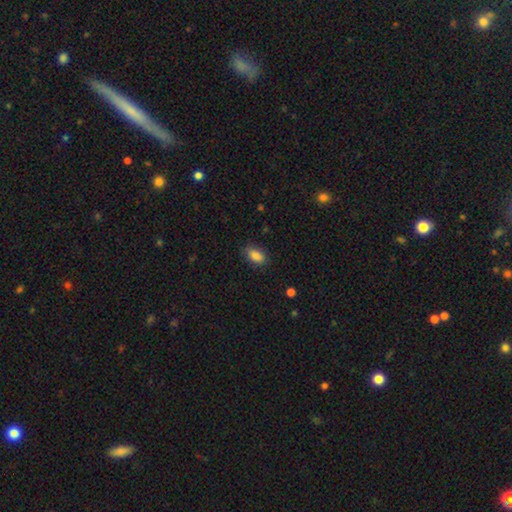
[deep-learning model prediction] A smooth galaxy with no disk features (88%) that is in between round and cigar-shaped (90%).

Vote fractions:
- Smooth or featured? smooth: 88% / star or artifact: 8% / featured or disk: 4%
- How rounded? in between: 90% / round: 7% / cigar-shaped: 3%
- Merging? none: 83% / minor disturbance: 13% / major disturbance: 3% / merger: 1%